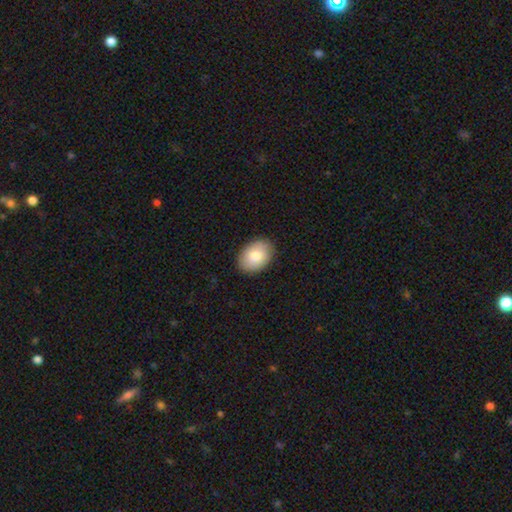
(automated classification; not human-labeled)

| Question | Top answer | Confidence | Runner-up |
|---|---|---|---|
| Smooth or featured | smooth | 83% | featured or disk (11%) |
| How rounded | in between | 81% | round (18%) |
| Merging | none | 88% | minor disturbance (9%) |